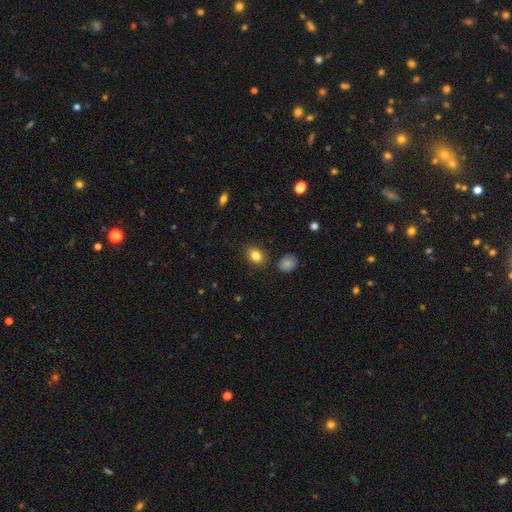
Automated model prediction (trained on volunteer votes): Smooth or featured: smooth — 84% (star or artifact — 10%)
How rounded: in between — 61% (round — 38%)
Merging: none — 87% (minor disturbance — 8%)